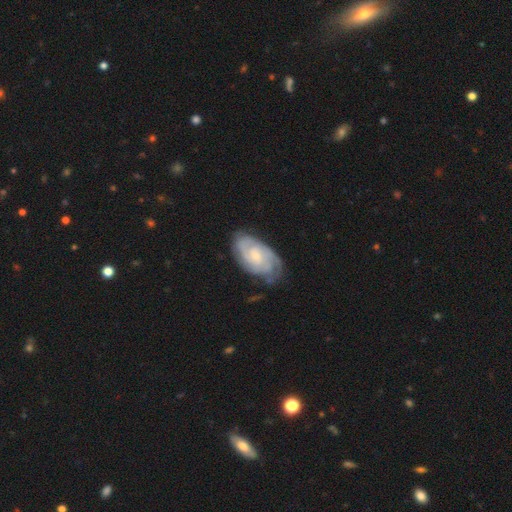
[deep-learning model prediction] smooth_or_featured: featured or disk (p=0.80) [alt: smooth p=0.15]
disk_edge_on: no (p=0.96) [alt: yes p=0.04]
bar: no (p=0.63) [alt: weak p=0.32]
has_spiral_arms: yes (p=0.96) [alt: no p=0.04]
spiral_winding: tight (p=0.66) [alt: medium p=0.28]
spiral_arm_count: 2 (p=0.31) [alt: can't tell p=0.30]
bulge_size: small (p=0.57) [alt: moderate p=0.33]
merging: none (p=0.69) [alt: minor disturbance p=0.22]